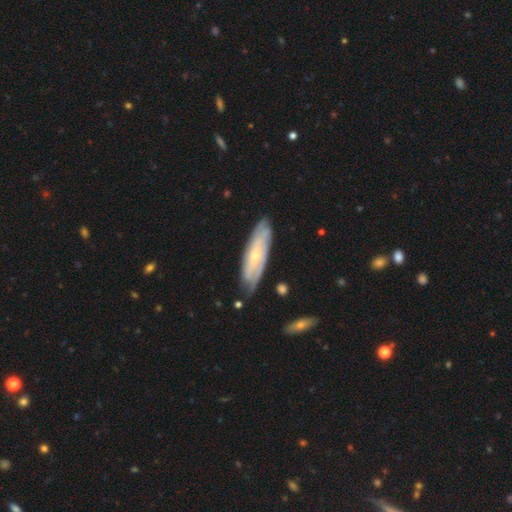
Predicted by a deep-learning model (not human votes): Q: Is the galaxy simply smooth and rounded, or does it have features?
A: featured or disk — 63%.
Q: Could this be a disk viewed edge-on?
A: no — 72%.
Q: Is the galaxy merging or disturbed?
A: none — 75%.